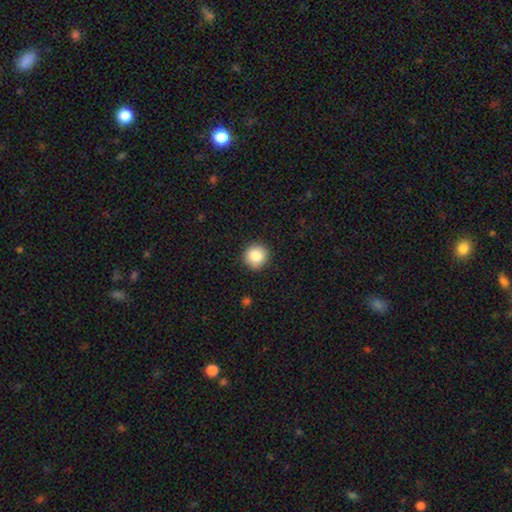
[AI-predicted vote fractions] Q: Smooth or featured?
A: smooth (85%); runner-up: star or artifact (9%)
Q: How rounded?
A: round (94%); runner-up: in between (5%)
Q: Merging?
A: none (92%); runner-up: minor disturbance (6%)